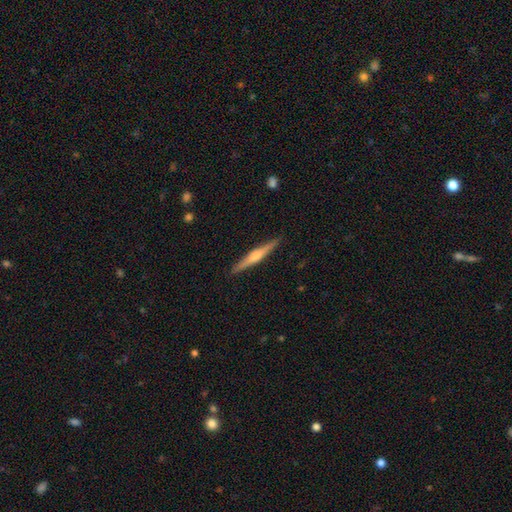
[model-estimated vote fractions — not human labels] Smooth or featured?
  - featured or disk: 71% *
  - smooth: 24%
  - star or artifact: 5%
Edge-on disk?
  - yes: 98% *
  - no: 2%
Edge-on bulge?
  - rounded: 81% *
  - boxy: 11%
  - none: 8%
Merging?
  - none: 92% *
  - minor disturbance: 6%
  - major disturbance: 1%
  - merger: 1%